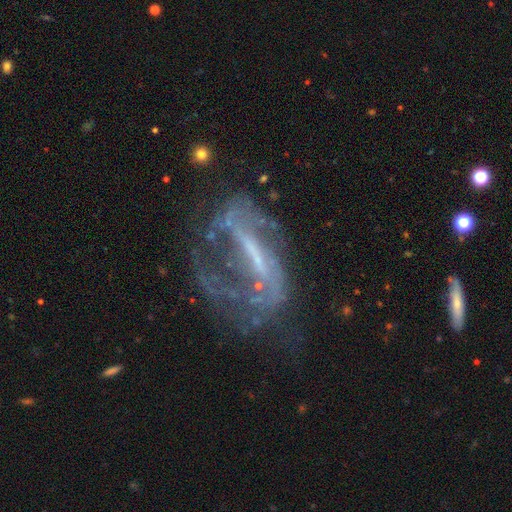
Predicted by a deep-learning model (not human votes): Smooth or featured? featured or disk (79%)
Edge-on disk? no (90%)
Bar? strong (59%)
Spiral arms? yes (69%)
Bulge size? none (38%)
Merging? none (41%)